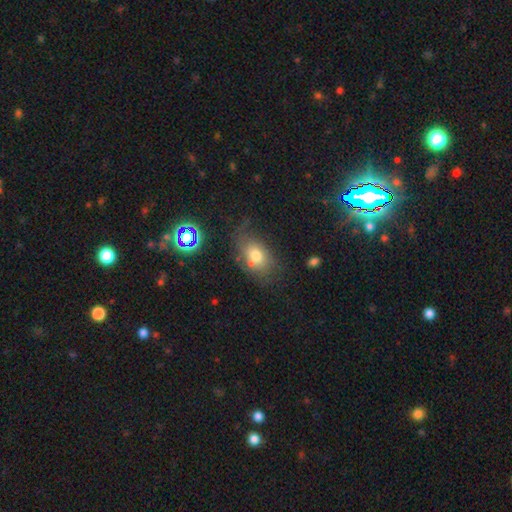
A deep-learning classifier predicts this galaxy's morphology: Smooth or featured: smooth — 64% (featured or disk — 23%)
How rounded: in between — 81% (round — 18%)
Merging: none — 53% (minor disturbance — 26%)